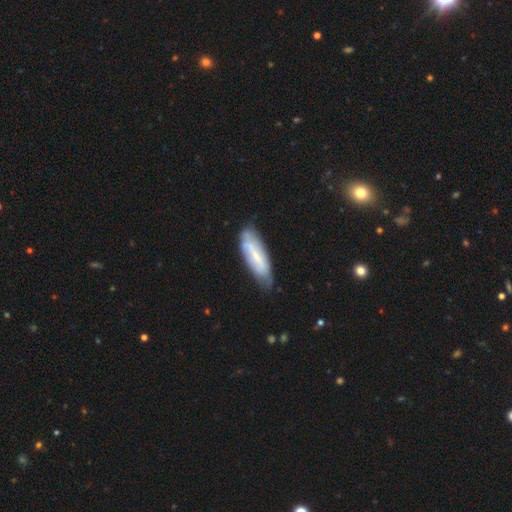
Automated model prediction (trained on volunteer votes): Smooth or featured? smooth (48%)
Merging? none (65%)